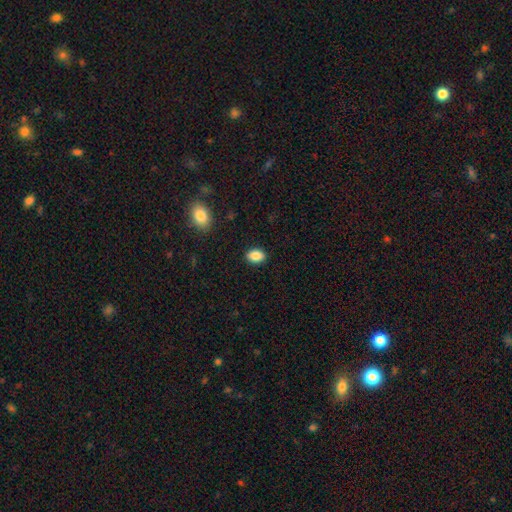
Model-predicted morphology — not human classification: smooth_or_featured: smooth (p=0.87) [alt: star or artifact p=0.08]
how_rounded: in between (p=0.76) [alt: round p=0.23]
merging: none (p=0.89) [alt: minor disturbance p=0.08]